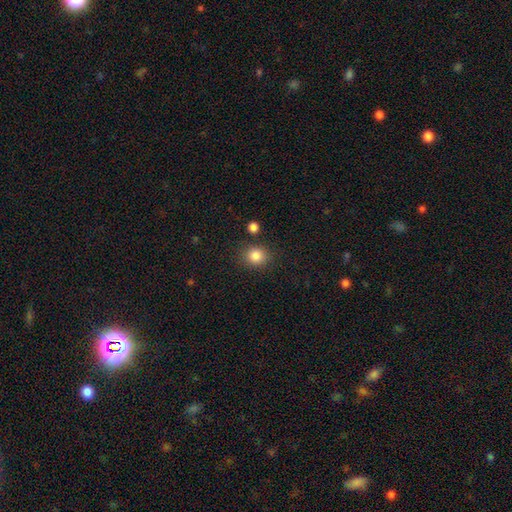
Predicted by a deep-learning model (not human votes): A smooth galaxy with no disk features (85%) that is round (75%). Merging: none (83%).